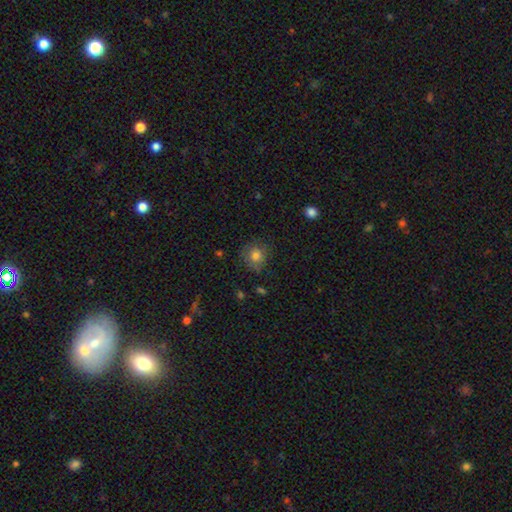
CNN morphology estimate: smooth_or_featured: smooth (p=0.80) [alt: star or artifact p=0.11]
how_rounded: round (p=0.86) [alt: in between p=0.13]
merging: none (p=0.77) [alt: minor disturbance p=0.17]